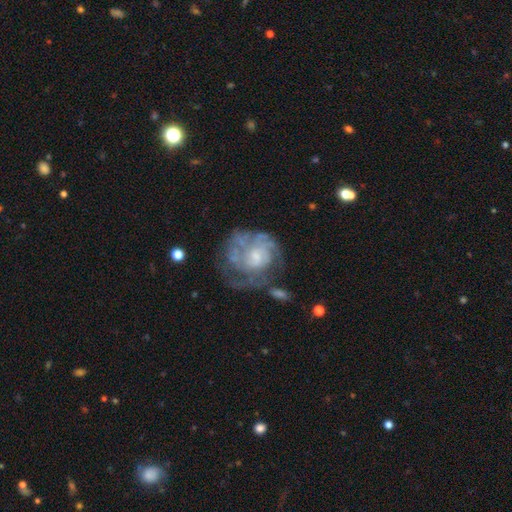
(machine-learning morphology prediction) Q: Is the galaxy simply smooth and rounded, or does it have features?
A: featured or disk — 73%.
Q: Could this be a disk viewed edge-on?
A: no — 98%.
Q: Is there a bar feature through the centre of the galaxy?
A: no — 71%.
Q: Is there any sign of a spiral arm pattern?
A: yes — 72%.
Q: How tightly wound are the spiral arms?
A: tight — 53%.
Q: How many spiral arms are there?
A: can't tell — 56%.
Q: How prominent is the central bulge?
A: small — 42%.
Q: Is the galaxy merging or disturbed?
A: none — 43%.